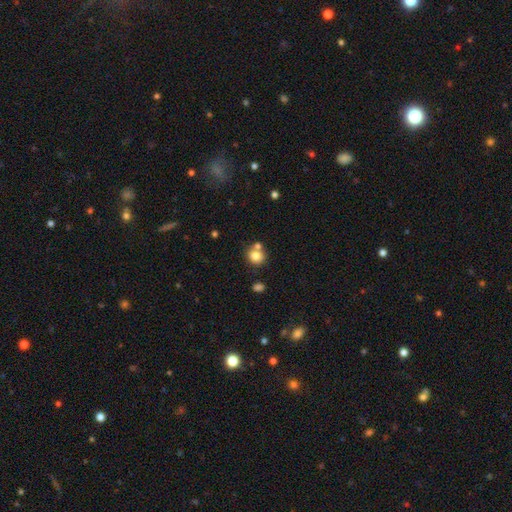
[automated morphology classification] A smooth galaxy with no disk features (80%) that is round (85%).

Vote fractions:
- Smooth or featured? smooth: 80% / star or artifact: 11% / featured or disk: 9%
- How rounded? round: 85% / in between: 15% / cigar-shaped: 1%
- Merging? none: 64% / merger: 23% / minor disturbance: 10% / major disturbance: 3%